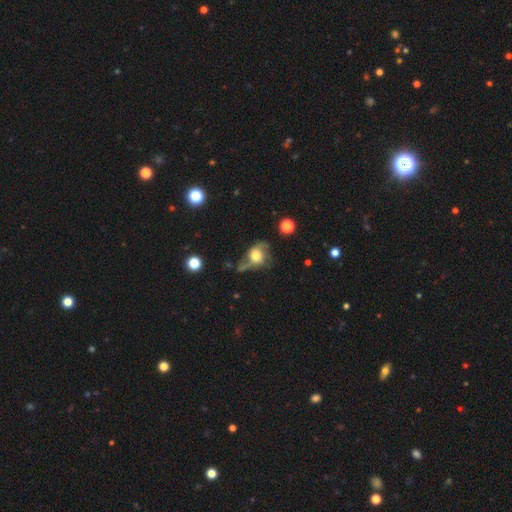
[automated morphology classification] featured or disk 51%, smooth 39%, star or artifact 11%. Down the decision tree: edge-on disk — no (91%); merging — none (38%).